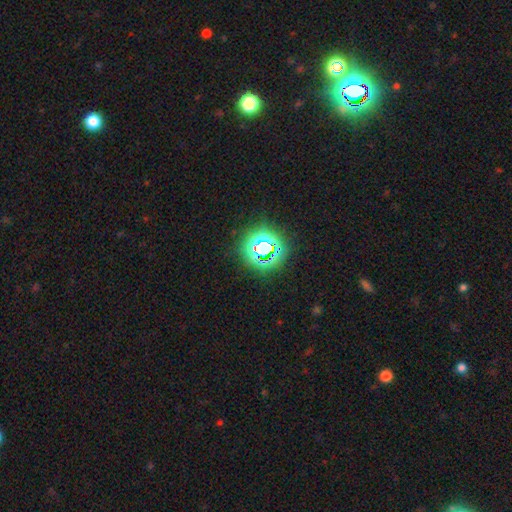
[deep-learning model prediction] Smooth or featured? Predicted: star or artifact (p=0.70).